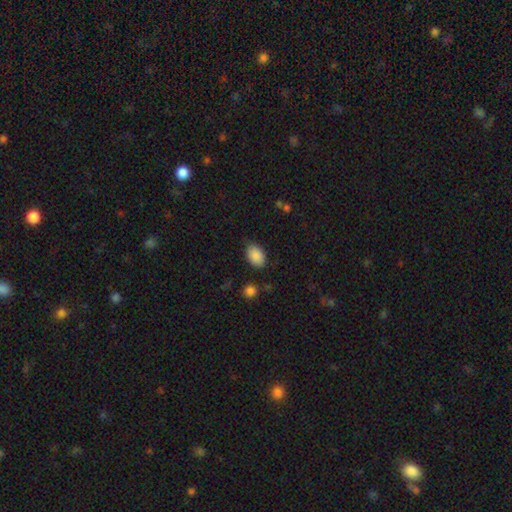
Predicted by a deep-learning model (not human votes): Smooth or featured? Predicted: smooth (p=0.89). How rounded? Predicted: in between (p=0.89). Merging? Predicted: none (p=0.80).